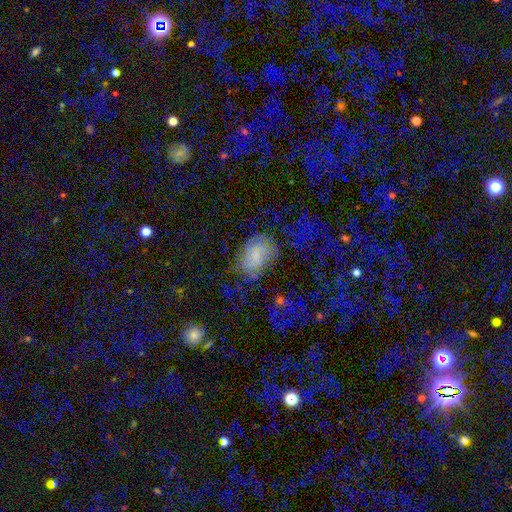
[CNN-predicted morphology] Smooth or featured? Predicted: smooth (p=0.52). How rounded? Predicted: in between (p=0.77). Merging? Predicted: none (p=0.46).